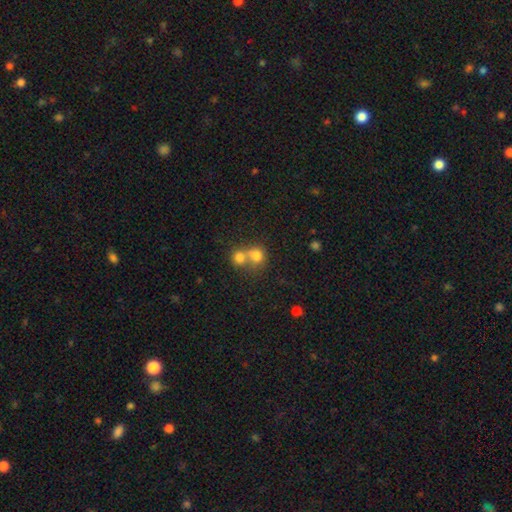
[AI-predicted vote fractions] smooth 75%, featured or disk 13%, star or artifact 12%. Down the decision tree: how rounded — round (77%); merging — merger (63%).